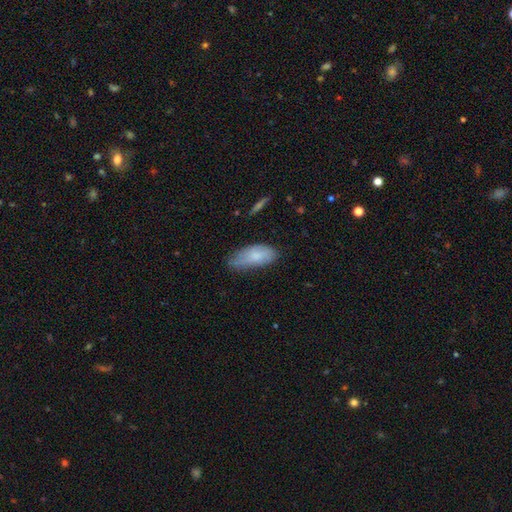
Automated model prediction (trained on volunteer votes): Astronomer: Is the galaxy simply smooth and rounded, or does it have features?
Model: smooth — 77%.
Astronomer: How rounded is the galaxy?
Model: in between — 86%.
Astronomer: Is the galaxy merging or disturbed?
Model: none — 49% (runner-up: minor disturbance, 39%).